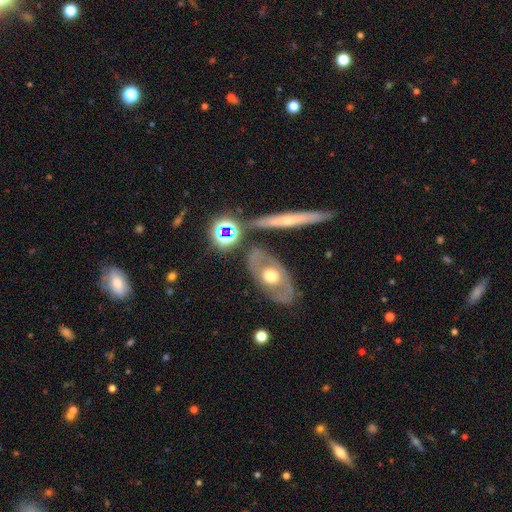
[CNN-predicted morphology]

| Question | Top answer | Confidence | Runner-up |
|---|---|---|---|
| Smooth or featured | featured or disk | 56% | smooth (34%) |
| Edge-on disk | no | 66% | yes (34%) |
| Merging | none | 76% | minor disturbance (12%) |